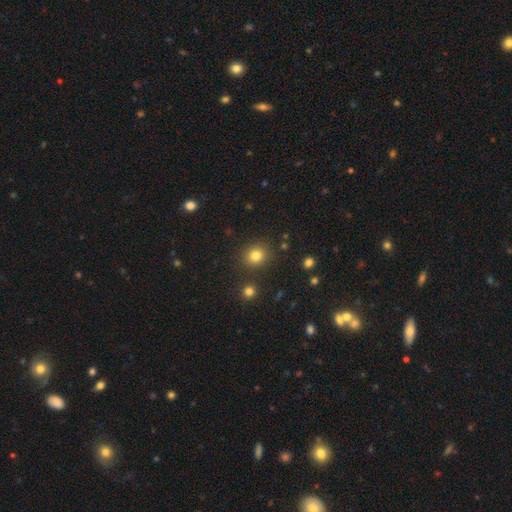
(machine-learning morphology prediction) smooth 81%, star or artifact 13%, featured or disk 6%. Down the decision tree: how rounded — round (83%); merging — none (87%).